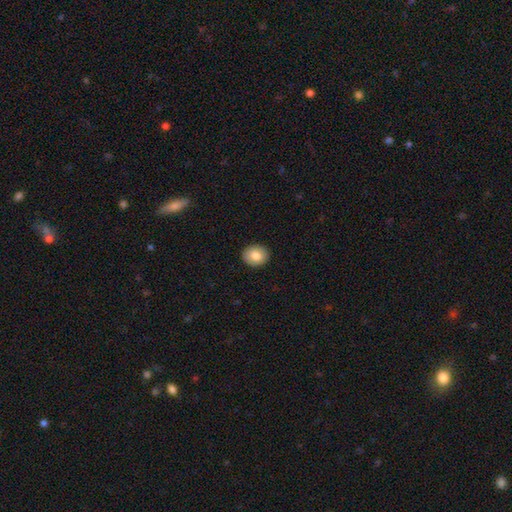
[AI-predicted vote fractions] This is clearly a smooth galaxy (81%). How rounded: likely round (65%). Merging: clearly none (91%).